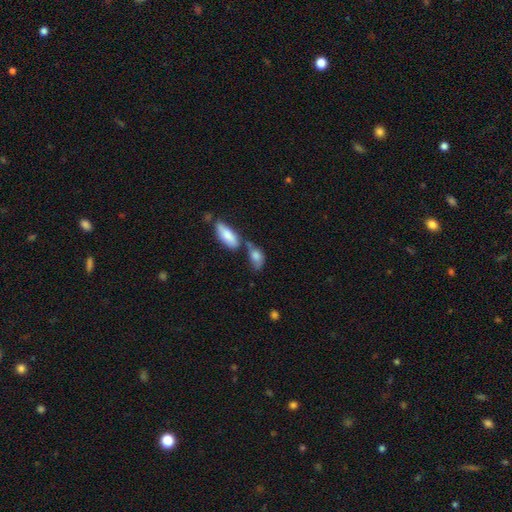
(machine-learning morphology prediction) Overall: smooth (76%). How rounded: in between (84%). Merging: merger (36%; none 34%).